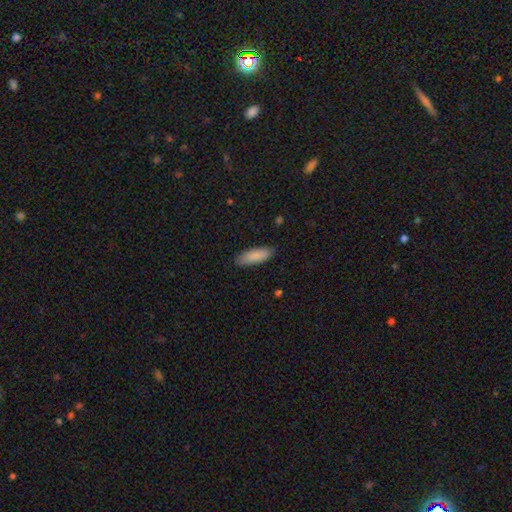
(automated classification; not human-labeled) This appears to be a smooth galaxy with no disk features (88%) that is in between round and cigar-shaped (64%). Merging: none (84%).